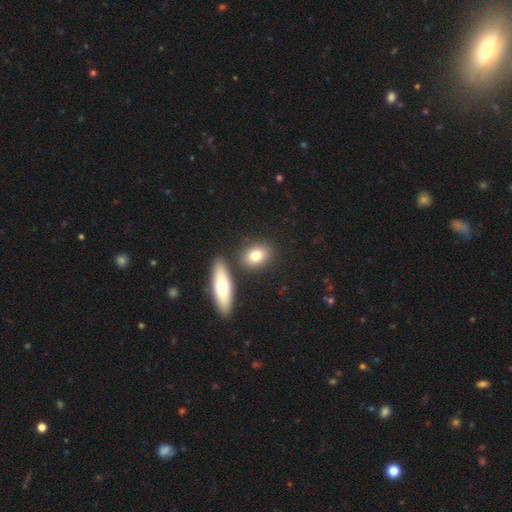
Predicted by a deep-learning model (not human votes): smooth 78%, featured or disk 14%, star or artifact 8%. Down the decision tree: how rounded — in between (65%); merging — none (76%).